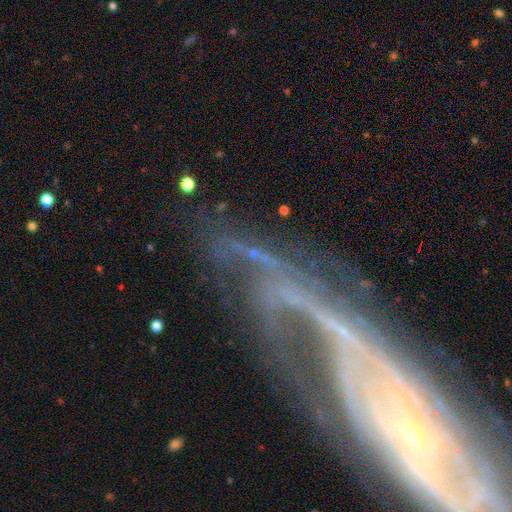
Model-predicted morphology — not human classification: Q: Smooth or featured?
A: featured or disk (77%); runner-up: star or artifact (14%)
Q: Edge-on disk?
A: no (85%); runner-up: yes (15%)
Q: Bar?
A: no (56%); runner-up: weak (23%)
Q: Spiral arms?
A: yes (84%); runner-up: no (16%)
Q: Spiral winding?
A: tight (41%); runner-up: medium (31%)
Q: Spiral arm count?
A: 2 (32%); runner-up: can't tell (26%)
Q: Bulge size?
A: small (71%); runner-up: moderate (13%)
Q: Merging?
A: none (52%); runner-up: major disturbance (25%)